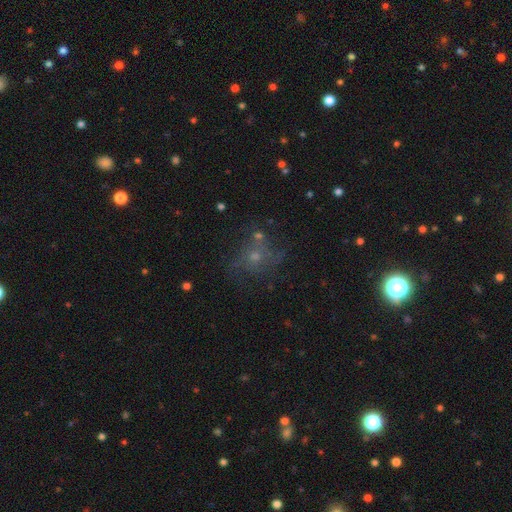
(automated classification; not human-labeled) The model was most divided on "smooth or featured": smooth: 36%, featured or disk: 34%, star or artifact: 30%. More confident: merging — none (60%).